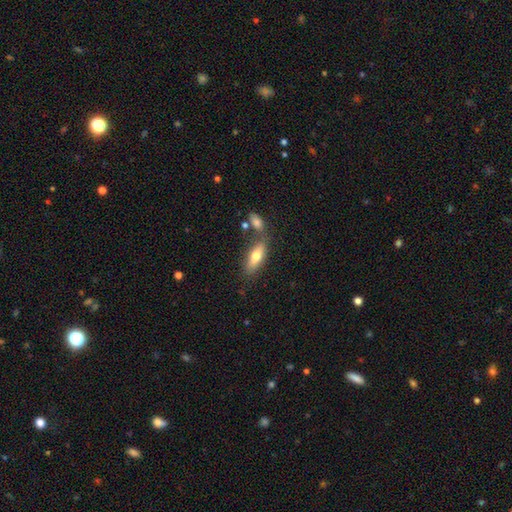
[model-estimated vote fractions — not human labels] smooth-or-featured: smooth: 65% | featured or disk: 29% | star or artifact: 7%
  how-rounded: in between: 60% | cigar-shaped: 37% | round: 3%
  merging: none: 66% | merger: 17% | minor disturbance: 13% | major disturbance: 4%